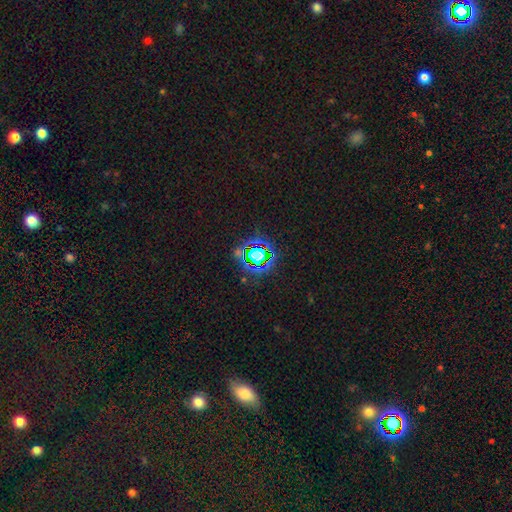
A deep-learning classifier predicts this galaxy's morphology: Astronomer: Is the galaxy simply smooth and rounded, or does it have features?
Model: star or artifact — 71%.